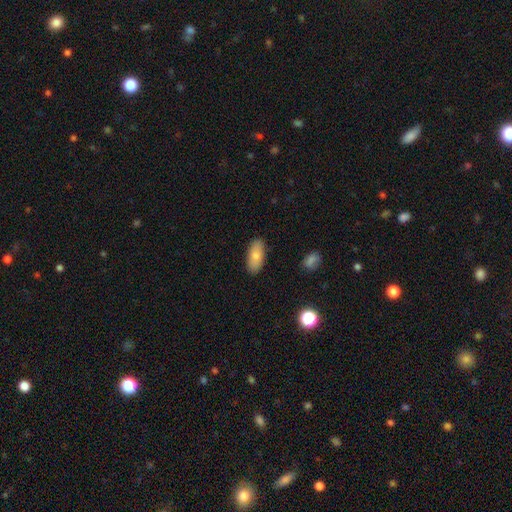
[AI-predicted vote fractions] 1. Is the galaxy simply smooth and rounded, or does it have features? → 79% smooth, 14% featured or disk, 6% star or artifact.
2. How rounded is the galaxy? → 88% in between, 10% cigar-shaped, 3% round.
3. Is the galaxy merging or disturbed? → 87% none, 10% minor disturbance, 2% major disturbance, 1% merger.